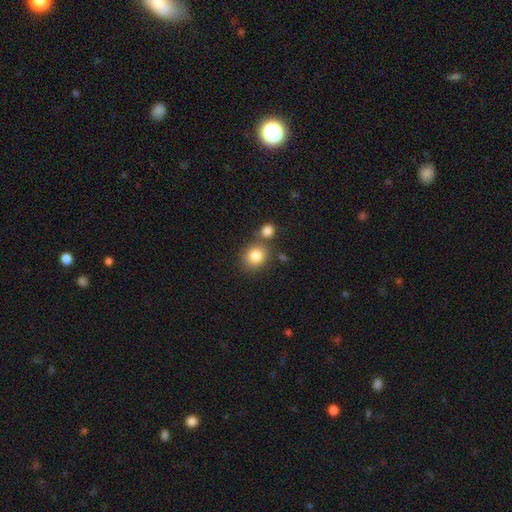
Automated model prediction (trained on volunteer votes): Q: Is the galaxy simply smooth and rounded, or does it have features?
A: smooth — 83%.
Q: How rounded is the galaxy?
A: round — 78%.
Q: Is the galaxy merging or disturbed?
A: none — 67%.